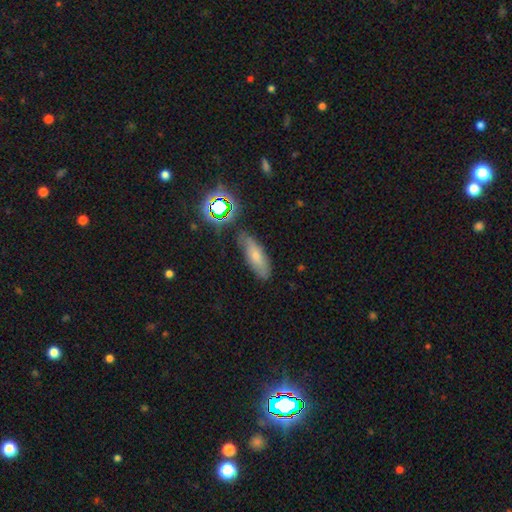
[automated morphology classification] This appears to be a smooth galaxy with no disk features (61%) that is in between round and cigar-shaped (59%). Merging: none (74%).